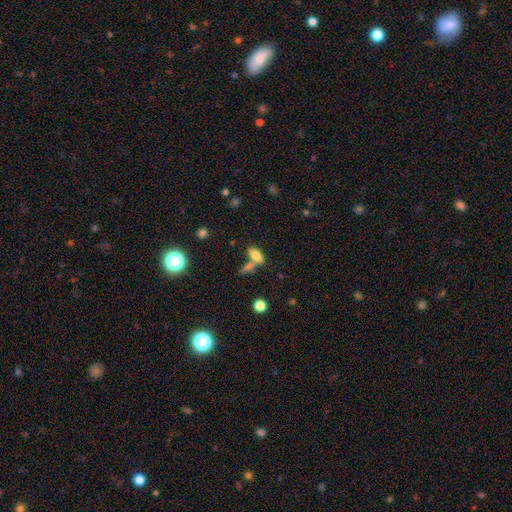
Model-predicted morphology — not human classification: Smooth or featured? smooth (77%)
How rounded? in between (80%)
Merging? none (44%)